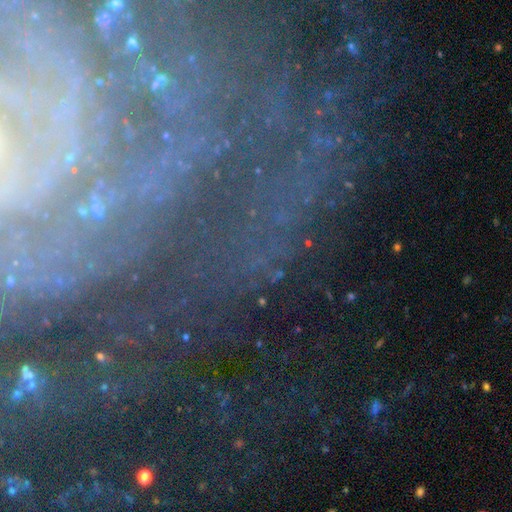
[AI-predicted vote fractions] This appears to be a featured or disk galaxy (58%) with no bar (48%), spiral arms (83%) and a small central bulge (57%). Merging: none (67%).